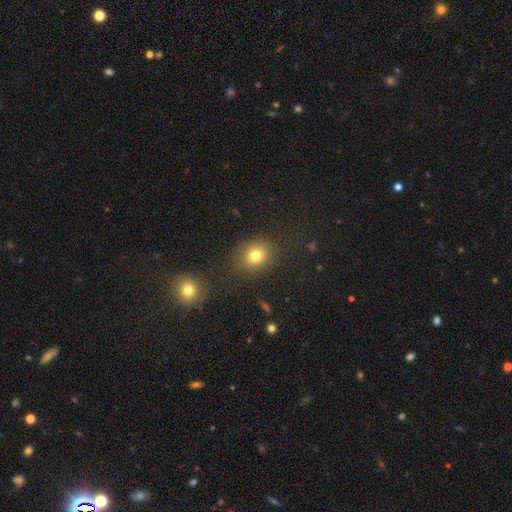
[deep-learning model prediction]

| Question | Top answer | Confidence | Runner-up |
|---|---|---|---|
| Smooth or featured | smooth | 78% | star or artifact (14%) |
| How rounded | round | 66% | in between (33%) |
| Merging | none | 82% | minor disturbance (10%) |